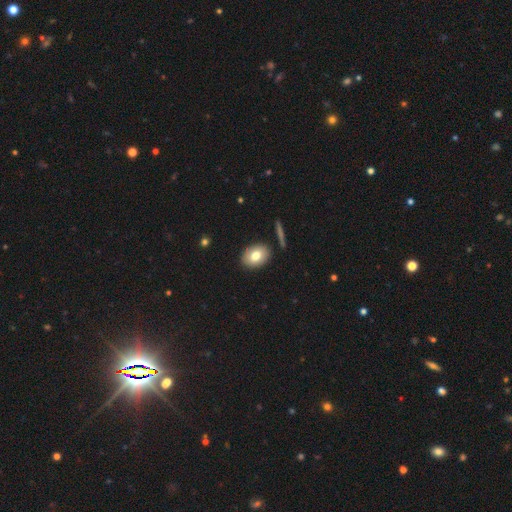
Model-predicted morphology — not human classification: The model was most divided on "how rounded": in between: 75%, round: 24%, cigar-shaped: 1%. More confident: merging — none (86%); smooth or featured — smooth (77%).